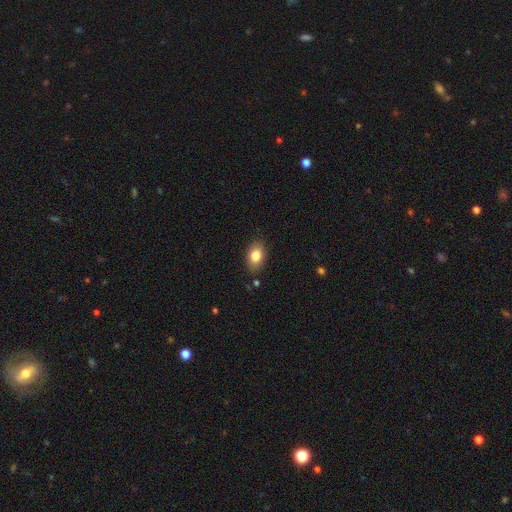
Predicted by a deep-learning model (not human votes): Morphology: type=smooth (82%); roundness=in between (86%); merging=none (85%).